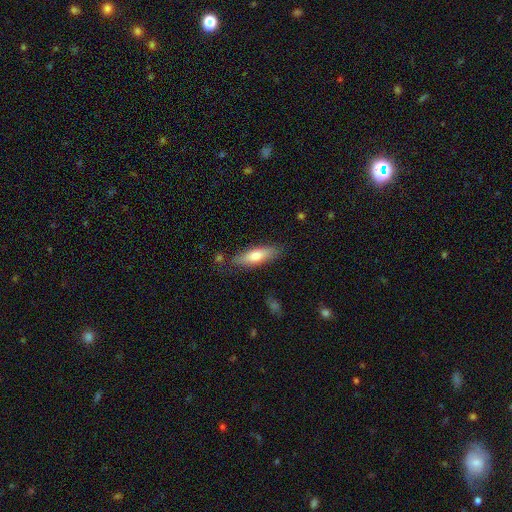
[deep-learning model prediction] Q: Smooth or featured?
A: smooth (70%); runner-up: featured or disk (25%)
Q: How rounded?
A: cigar-shaped (55%); runner-up: in between (43%)
Q: Merging?
A: none (82%); runner-up: minor disturbance (13%)